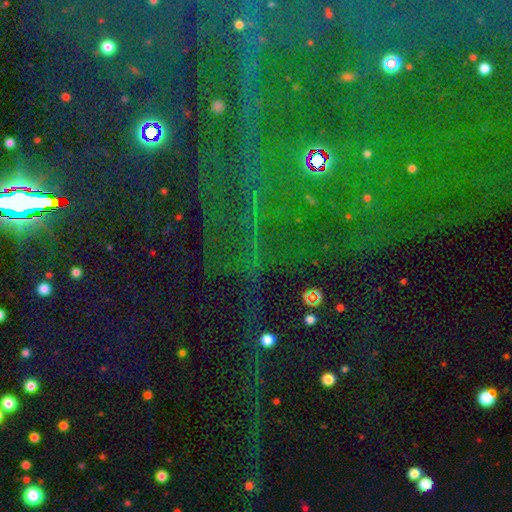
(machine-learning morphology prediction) This appears to be a star or artifact, not a galaxy (82%).